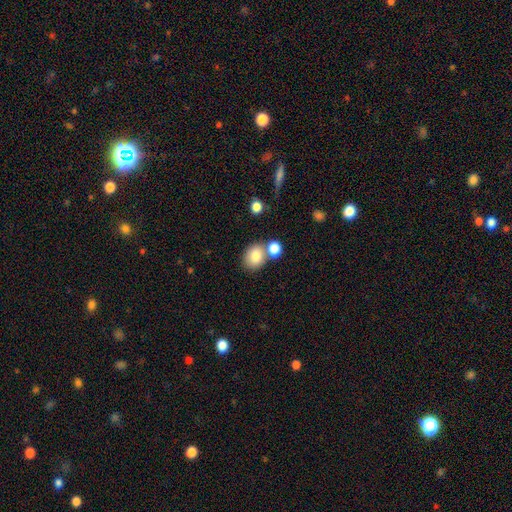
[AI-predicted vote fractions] The model was most divided on "how rounded": round: 55%, in between: 44%, cigar-shaped: 1%. More confident: smooth or featured — smooth (82%); merging — none (57%).